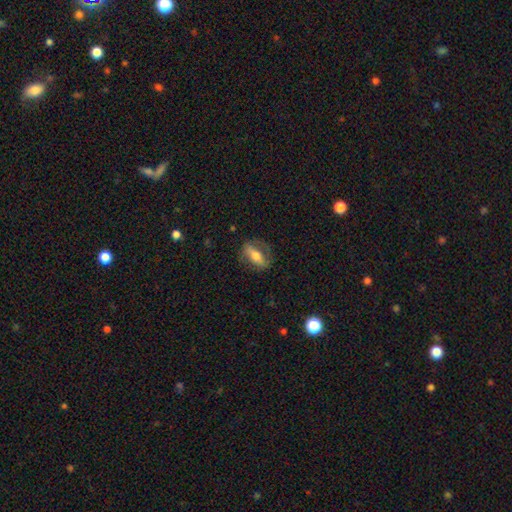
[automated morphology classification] This appears to be a featured or disk galaxy (50%). Merging: none (73%).